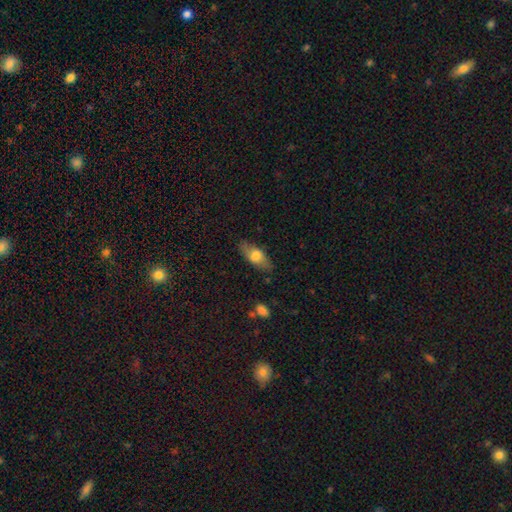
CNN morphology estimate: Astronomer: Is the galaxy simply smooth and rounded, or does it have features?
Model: smooth — 66%.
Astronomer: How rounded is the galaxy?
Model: in between — 78%.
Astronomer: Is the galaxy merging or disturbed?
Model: none — 80%.